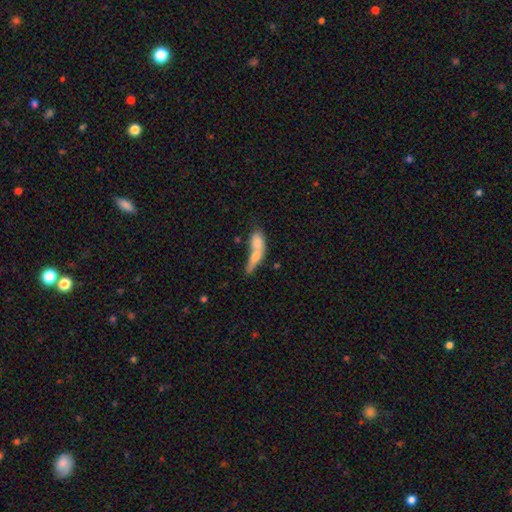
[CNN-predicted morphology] A smooth galaxy with no disk features (61%) that is in between round and cigar-shaped (50%).

Vote fractions:
- Smooth or featured? smooth: 61% / featured or disk: 31% / star or artifact: 8%
- How rounded? in between: 50% / cigar-shaped: 40% / round: 10%
- Merging? merger: 67% / none: 17% / minor disturbance: 8% / major disturbance: 8%